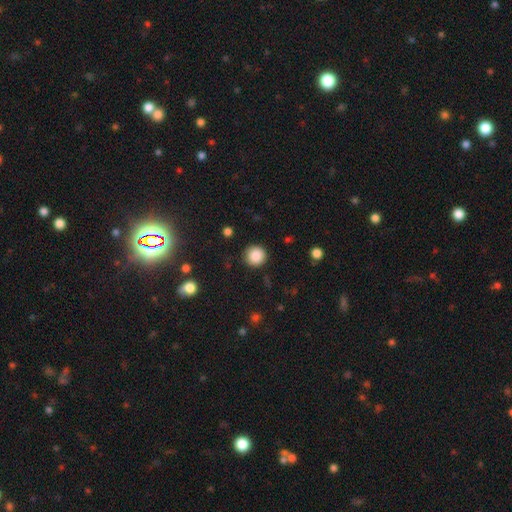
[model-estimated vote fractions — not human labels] smooth-or-featured: smooth: 87% | star or artifact: 9% | featured or disk: 3%
  how-rounded: round: 94% | in between: 5% | cigar-shaped: 1%
  merging: none: 89% | minor disturbance: 8% | major disturbance: 3% | merger: 1%